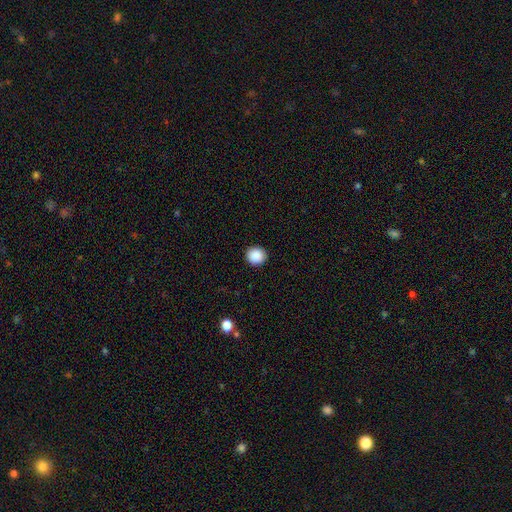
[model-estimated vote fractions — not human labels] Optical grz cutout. It shows a smooth galaxy with no disk features (89%) that is round (91%). Merging: none (92%).